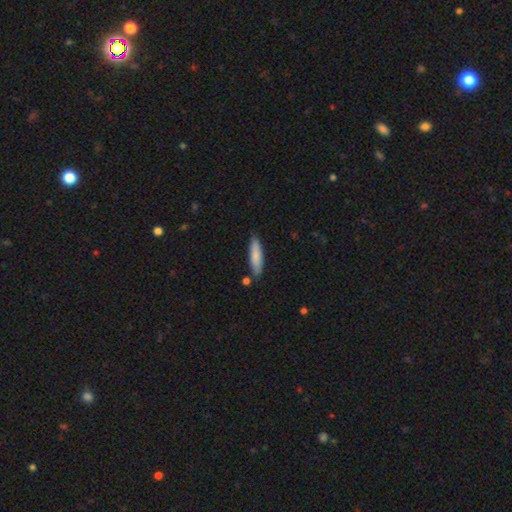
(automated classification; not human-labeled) Q: Smooth or featured?
A: smooth (83%); runner-up: featured or disk (11%)
Q: How rounded?
A: cigar-shaped (69%); runner-up: in between (29%)
Q: Merging?
A: none (80%); runner-up: minor disturbance (13%)